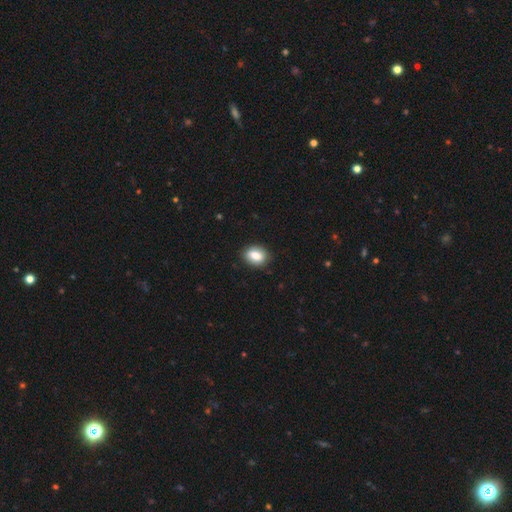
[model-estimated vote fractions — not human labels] Smooth or featured: smooth — 85% (featured or disk — 8%)
How rounded: in between — 70% (round — 28%)
Merging: none — 87% (minor disturbance — 10%)